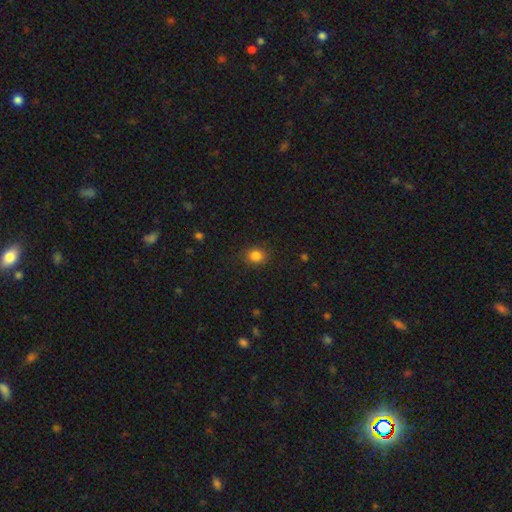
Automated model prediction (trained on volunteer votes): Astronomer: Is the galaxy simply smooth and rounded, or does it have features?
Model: smooth — 83%.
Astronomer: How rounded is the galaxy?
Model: round — 68%.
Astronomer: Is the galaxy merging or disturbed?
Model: none — 85%.